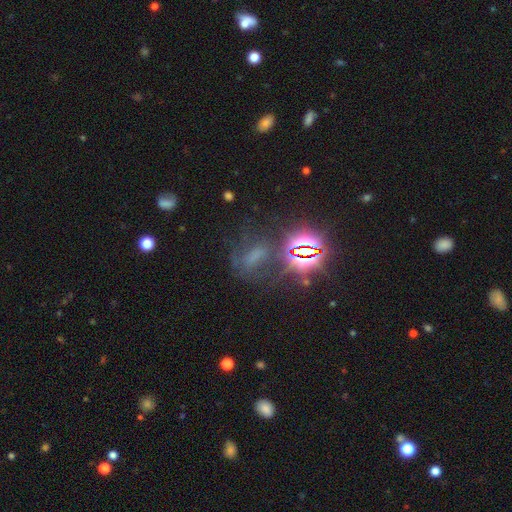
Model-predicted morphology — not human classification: A star or artifact, not a galaxy (49%).

Vote fractions:
- Smooth or featured? star or artifact: 49% / smooth: 29% / featured or disk: 22%